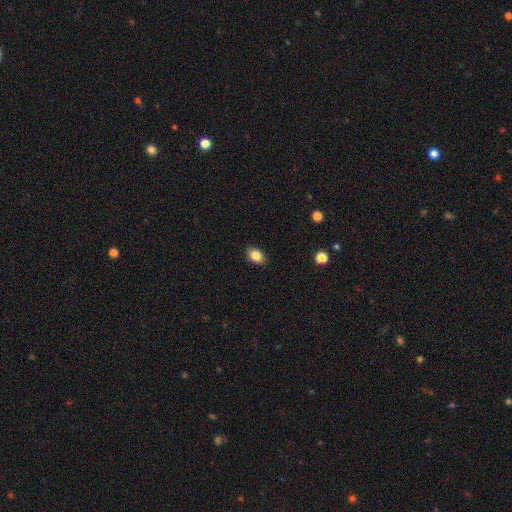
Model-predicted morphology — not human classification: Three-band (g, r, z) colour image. It shows a smooth galaxy with no disk features (85%) that is in between round and cigar-shaped (79%). Merging: none (89%).